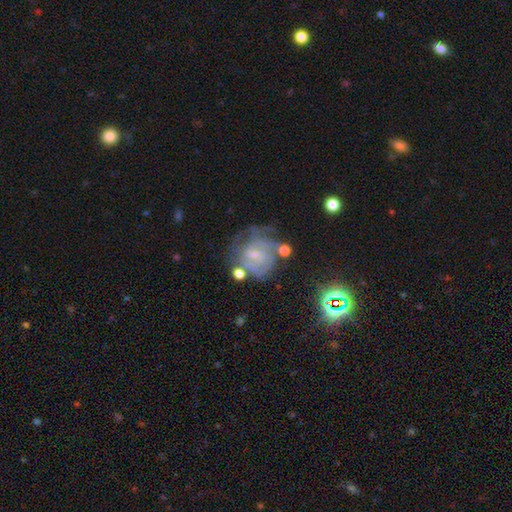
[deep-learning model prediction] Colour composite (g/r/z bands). It shows a featured or disk galaxy (75%) with a weak bar (46%), tight (61%) spiral arms (86%) and a small central bulge (65%). Merging: none (53%).